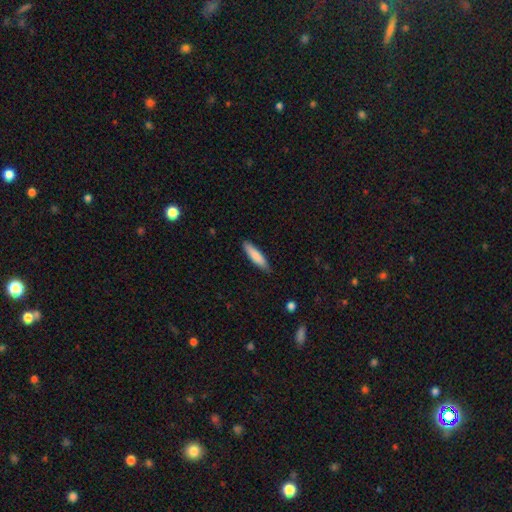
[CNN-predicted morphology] type=smooth (82%); roundness=cigar-shaped (76%); merging=none (84%).